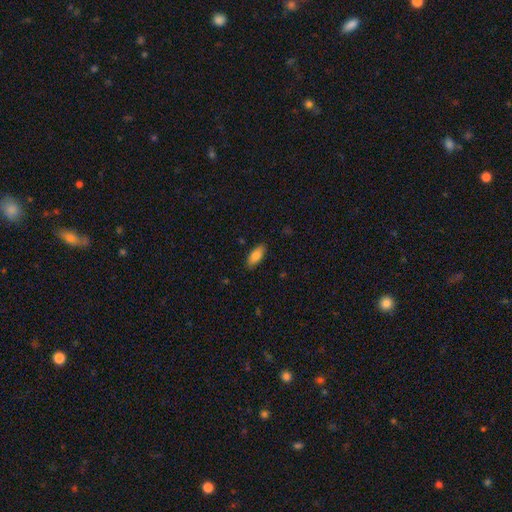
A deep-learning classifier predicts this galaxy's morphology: This appears to be a smooth galaxy with no disk features (82%) that is in between round and cigar-shaped (84%). Merging: none (85%).